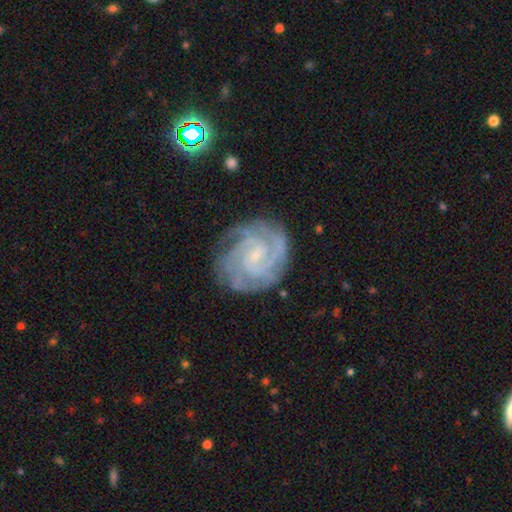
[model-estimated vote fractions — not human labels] This is clearly a featured or disk galaxy (89%). It is clearly not viewed edge-on (98%). Bar: possibly no (53%). Spiral arm pattern: clearly yes (98%). Spiral arm count: marginally 3 (30%). Spiral winding: likely tight (74%). Central bulge: likely small (78%). Merging: likely none (78%).